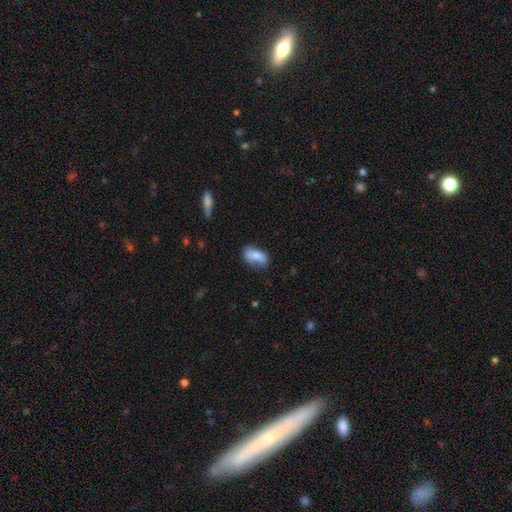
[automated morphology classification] Overall: smooth (80%). How rounded: in between (89%). Merging: none (60%; minor disturbance 28%).